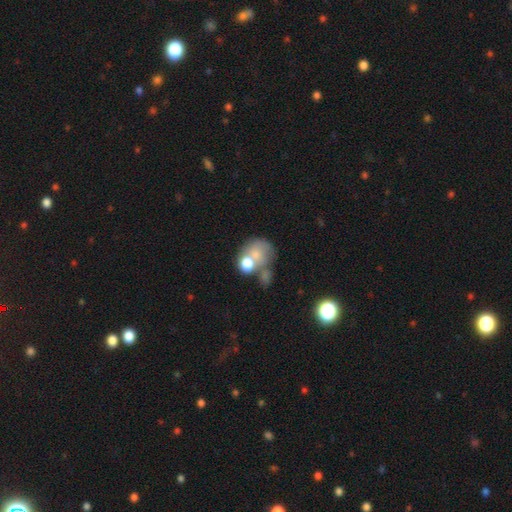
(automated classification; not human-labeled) A smooth galaxy with no disk features (62%) that is round (55%). Merging: merger (49%).